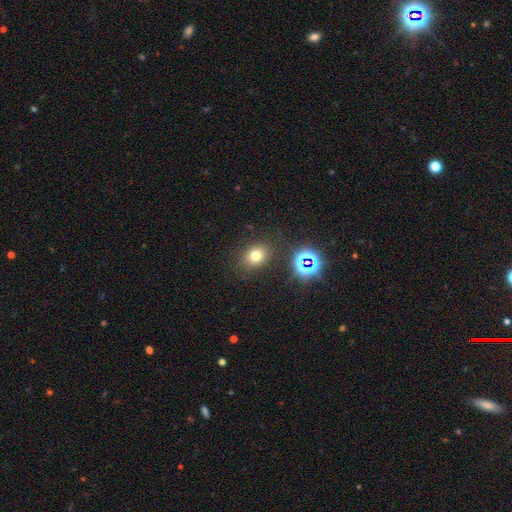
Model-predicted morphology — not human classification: Smooth or featured?
  - smooth: 69% *
  - star or artifact: 22%
  - featured or disk: 9%
How rounded?
  - round: 55% *
  - in between: 44%
  - cigar-shaped: 1%
Merging?
  - none: 83% *
  - minor disturbance: 10%
  - major disturbance: 4%
  - merger: 3%